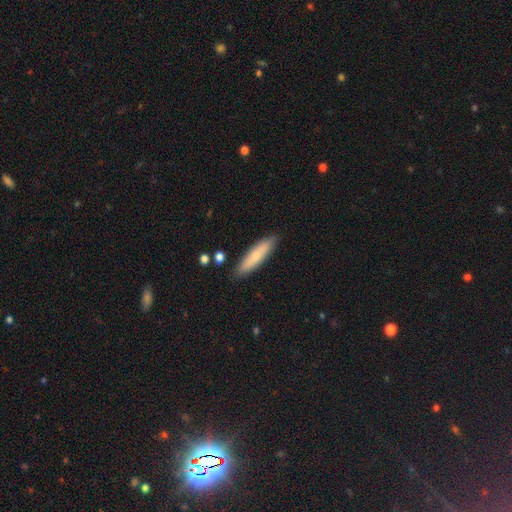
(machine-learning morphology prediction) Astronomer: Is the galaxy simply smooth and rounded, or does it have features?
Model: smooth — 70%.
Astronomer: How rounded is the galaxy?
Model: cigar-shaped — 78%.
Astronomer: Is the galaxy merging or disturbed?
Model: none — 87%.